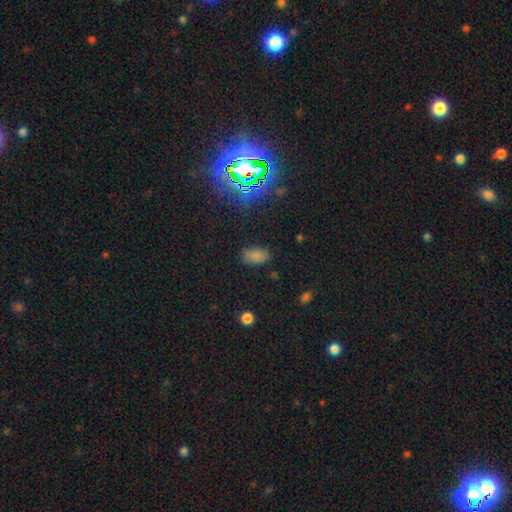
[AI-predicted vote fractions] Morphology: type=smooth (78%); roundness=in between (92%); merging=none (82%).